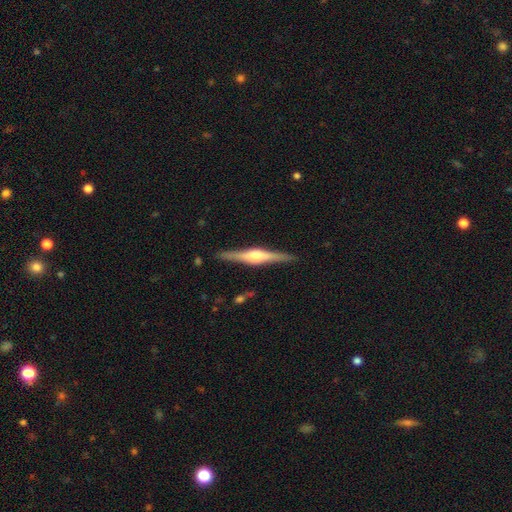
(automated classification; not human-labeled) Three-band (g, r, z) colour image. It shows a featured or disk galaxy (80%) viewed edge-on (98%) with a rounded central bulge (87%). Merging: none (90%).